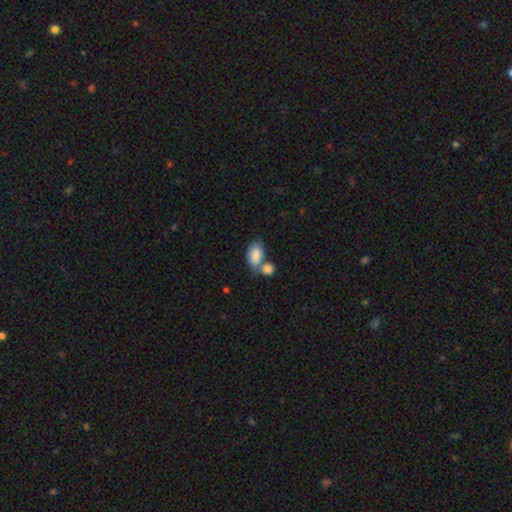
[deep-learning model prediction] smooth-or-featured: smooth: 86% | featured or disk: 8% | star or artifact: 6%
  how-rounded: in between: 91% | round: 8% | cigar-shaped: 2%
  merging: merger: 50% | none: 34% | minor disturbance: 11% | major disturbance: 4%